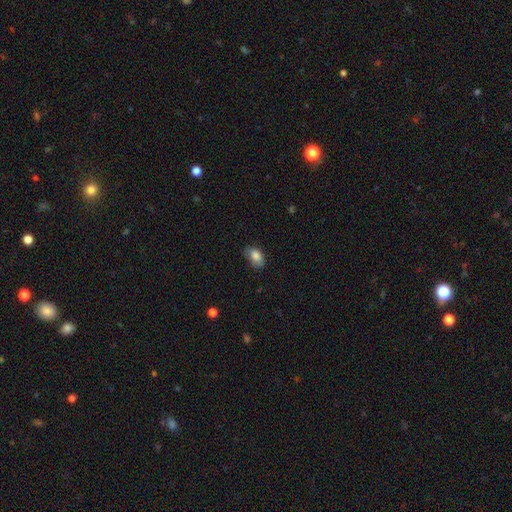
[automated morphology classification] A smooth galaxy with no disk features (84%) that is in between round and cigar-shaped (89%).

Vote fractions:
- Smooth or featured? smooth: 84% / star or artifact: 8% / featured or disk: 8%
- How rounded? in between: 89% / round: 10% / cigar-shaped: 2%
- Merging? none: 63% / minor disturbance: 29% / major disturbance: 6% / merger: 1%